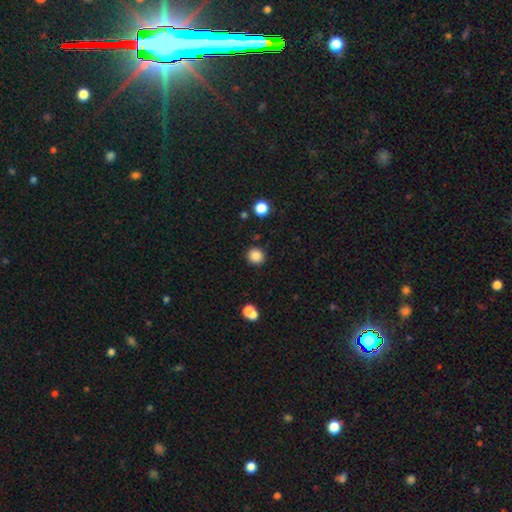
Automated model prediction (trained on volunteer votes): This is clearly a smooth galaxy (86%). How rounded: clearly round (93%). Merging: clearly none (89%).